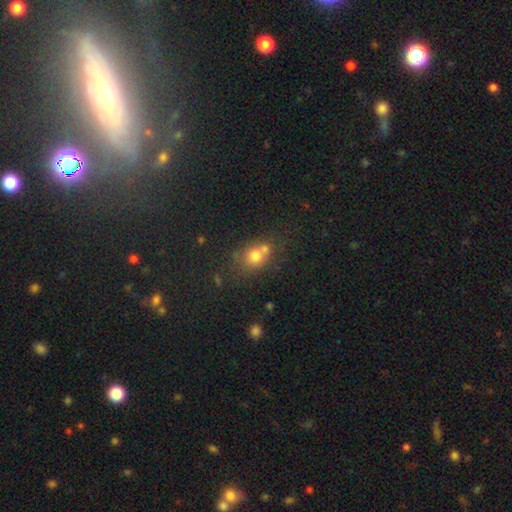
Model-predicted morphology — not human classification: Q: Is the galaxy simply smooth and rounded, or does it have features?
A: smooth — 72%.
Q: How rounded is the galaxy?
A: round — 68%.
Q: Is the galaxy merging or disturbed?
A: none — 45%.